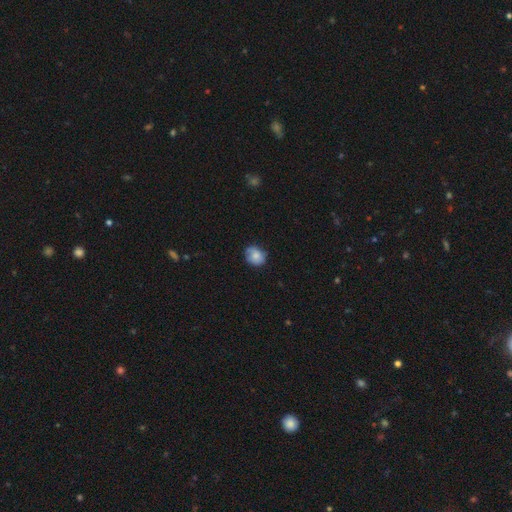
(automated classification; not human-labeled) A smooth galaxy with no disk features (76%) that is round (61%).

Vote fractions:
- Smooth or featured? smooth: 76% / featured or disk: 15% / star or artifact: 8%
- How rounded? round: 61% / in between: 39% / cigar-shaped: 1%
- Merging? none: 63% / minor disturbance: 29% / major disturbance: 6% / merger: 2%